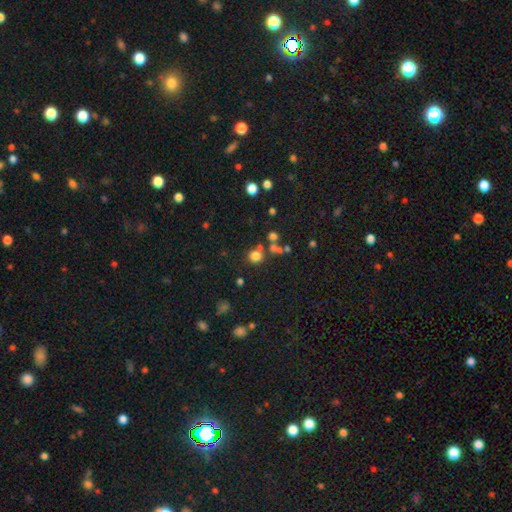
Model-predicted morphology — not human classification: Q: Smooth or featured?
A: smooth (73%); runner-up: star or artifact (19%)
Q: How rounded?
A: round (87%); runner-up: in between (12%)
Q: Merging?
A: none (66%); runner-up: merger (18%)